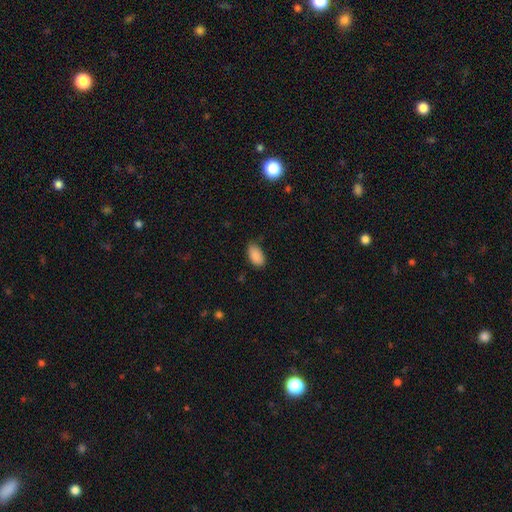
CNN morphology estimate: Overall: smooth (89%). How rounded: in between (94%). Merging: none (76%).